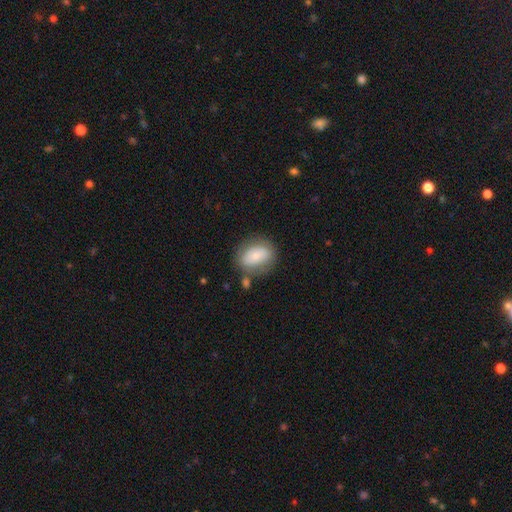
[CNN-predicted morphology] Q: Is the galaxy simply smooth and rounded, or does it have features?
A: smooth — 70%.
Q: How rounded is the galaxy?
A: in between — 74%.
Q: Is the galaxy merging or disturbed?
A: none — 70%.